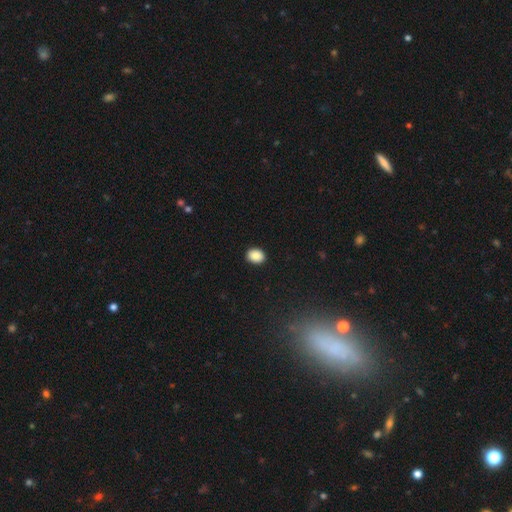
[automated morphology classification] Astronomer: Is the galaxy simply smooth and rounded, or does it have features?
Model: smooth — 89%.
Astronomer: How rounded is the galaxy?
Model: in between — 56% (runner-up: round, 43%).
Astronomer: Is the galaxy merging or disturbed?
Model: none — 88%.